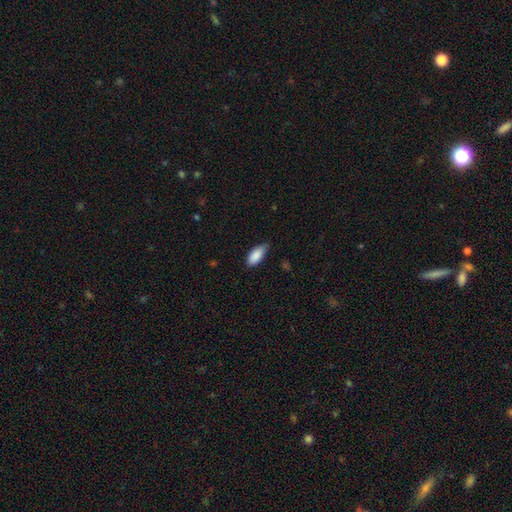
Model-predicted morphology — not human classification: The model was most divided on "merging": none: 66%, minor disturbance: 29%, major disturbance: 4%, merger: 1%. More confident: how rounded — in between (89%); smooth or featured — smooth (88%).